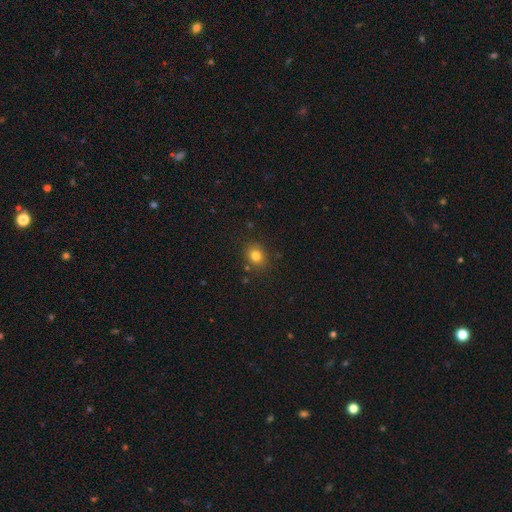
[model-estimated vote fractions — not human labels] This is clearly a smooth galaxy (81%). How rounded: likely round (68%). Merging: clearly none (85%).